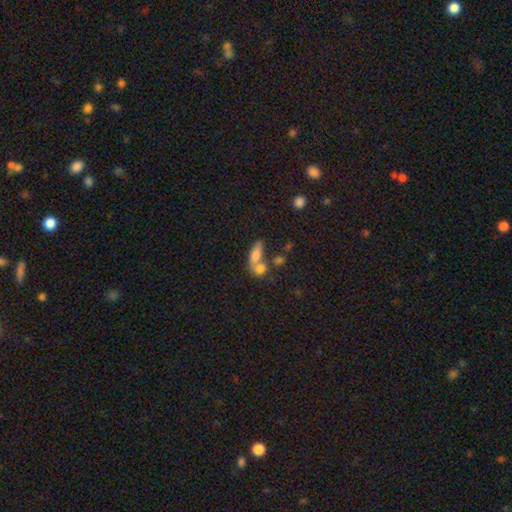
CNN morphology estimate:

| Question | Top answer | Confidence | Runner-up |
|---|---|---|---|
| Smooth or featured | smooth | 72% | featured or disk (18%) |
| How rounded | in between | 67% | cigar-shaped (18%) |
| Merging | merger | 55% | none (27%) |